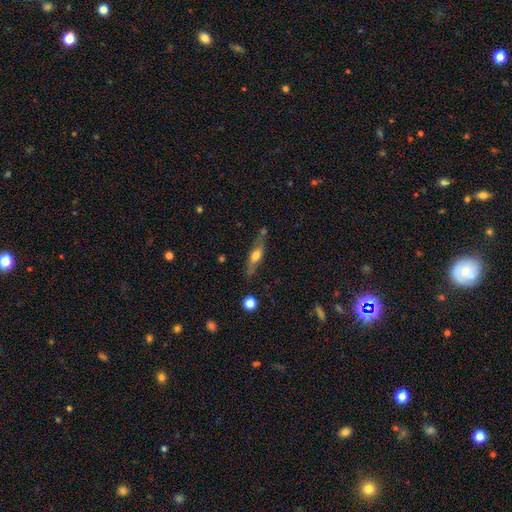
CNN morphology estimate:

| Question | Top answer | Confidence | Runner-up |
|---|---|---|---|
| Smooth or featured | featured or disk | 48% | smooth (44%) |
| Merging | none | 68% | minor disturbance (20%) |